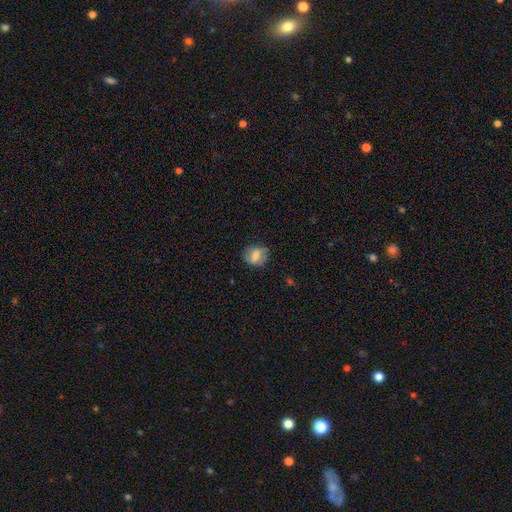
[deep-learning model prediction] Smooth or featured: smooth — 69% (featured or disk — 22%)
How rounded: round — 61% (in between — 37%)
Merging: none — 73% (minor disturbance — 20%)